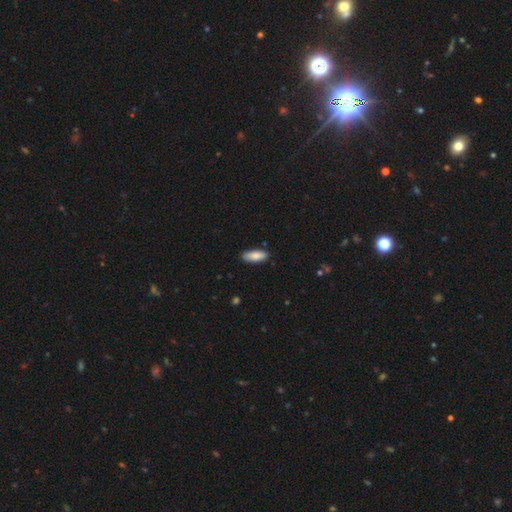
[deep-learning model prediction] Overall: smooth (85%). How rounded: in between (73%). Merging: none (86%).